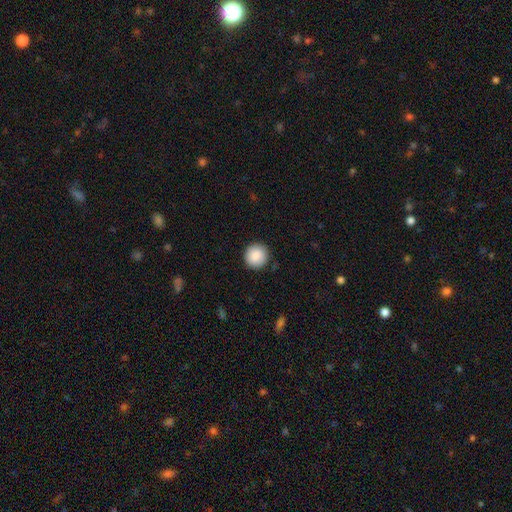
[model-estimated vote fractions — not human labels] A smooth galaxy with no disk features (89%) that is round (94%).

Vote fractions:
- Smooth or featured? smooth: 89% / star or artifact: 7% / featured or disk: 4%
- How rounded? round: 94% / in between: 5% / cigar-shaped: 1%
- Merging? none: 91% / minor disturbance: 6% / major disturbance: 2% / merger: 1%